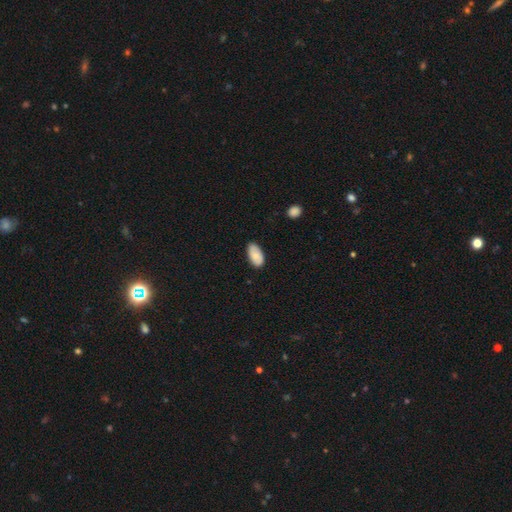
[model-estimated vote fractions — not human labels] Q: Smooth or featured?
A: smooth (77%); runner-up: featured or disk (17%)
Q: How rounded?
A: in between (95%); runner-up: round (3%)
Q: Merging?
A: none (78%); runner-up: minor disturbance (18%)